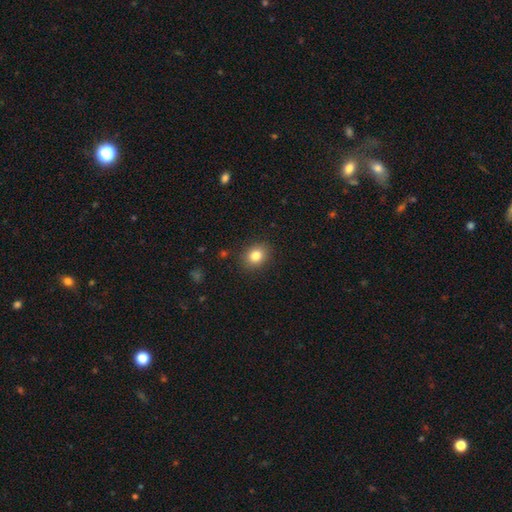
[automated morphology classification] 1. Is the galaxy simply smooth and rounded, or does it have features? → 83% smooth, 10% star or artifact, 7% featured or disk.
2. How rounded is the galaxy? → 51% round, 48% in between, 1% cigar-shaped.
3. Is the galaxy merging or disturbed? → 88% none, 9% minor disturbance, 3% major disturbance, 1% merger.